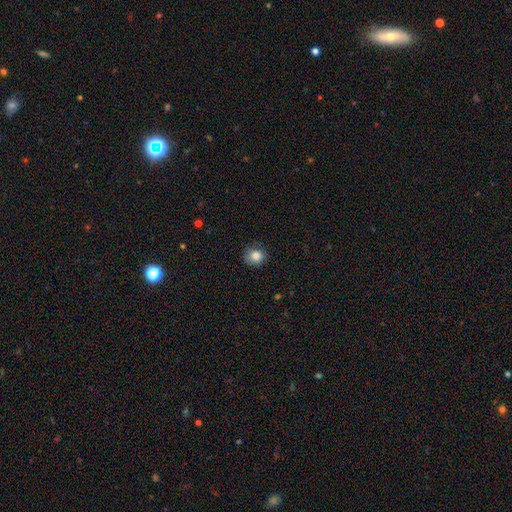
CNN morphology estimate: smooth_or_featured: smooth (p=0.83) [alt: star or artifact p=0.10]
how_rounded: round (p=0.78) [alt: in between p=0.21]
merging: none (p=0.78) [alt: minor disturbance p=0.18]